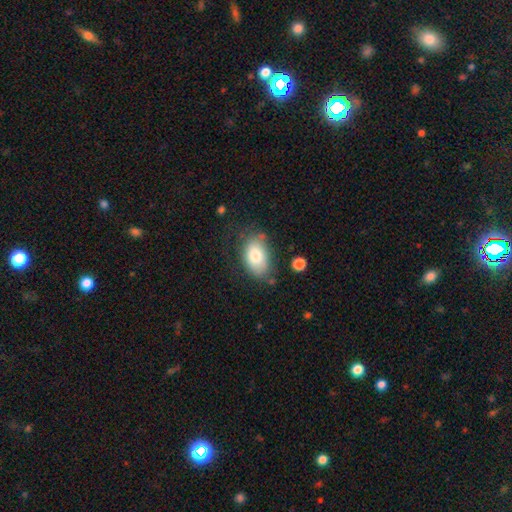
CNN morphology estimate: smooth-or-featured: smooth: 78% | featured or disk: 14% | star or artifact: 7%
  how-rounded: in between: 91% | round: 8% | cigar-shaped: 1%
  merging: none: 66% | minor disturbance: 22% | major disturbance: 8% | merger: 4%